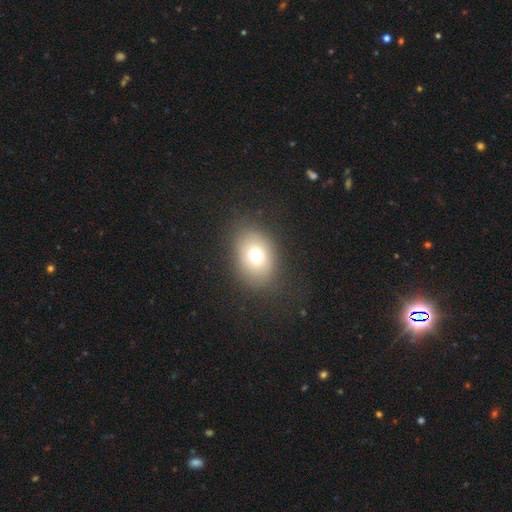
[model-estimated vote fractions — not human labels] Smooth or featured? Predicted: smooth (p=0.72). How rounded? Predicted: in between (p=0.60). Merging? Predicted: none (p=0.84).